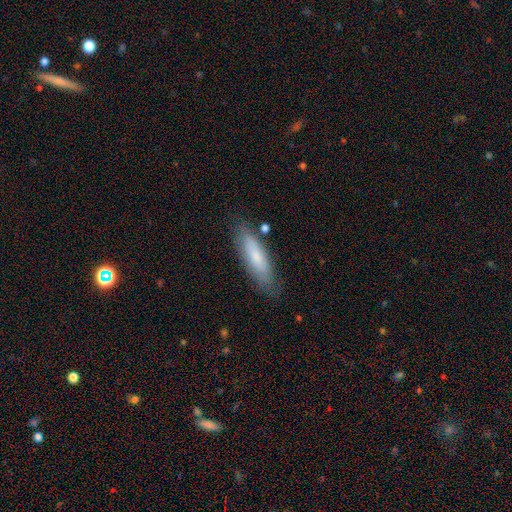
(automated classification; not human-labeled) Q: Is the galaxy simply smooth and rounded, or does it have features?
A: smooth — 72%.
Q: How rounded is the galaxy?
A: cigar-shaped — 58%.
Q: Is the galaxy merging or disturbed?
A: none — 79%.